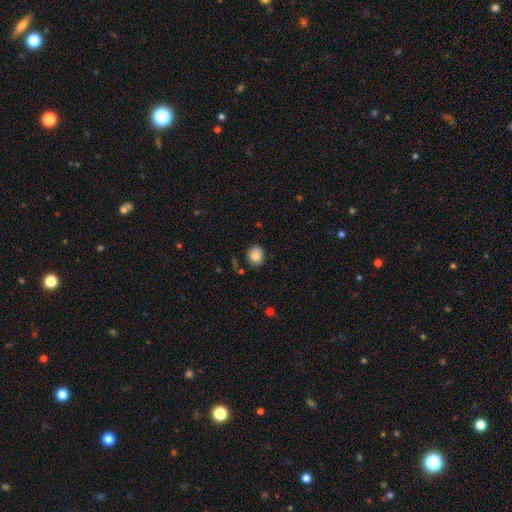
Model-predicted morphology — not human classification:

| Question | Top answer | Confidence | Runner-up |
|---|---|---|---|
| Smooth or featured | smooth | 82% | featured or disk (9%) |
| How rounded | round | 73% | in between (26%) |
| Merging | none | 78% | minor disturbance (16%) |